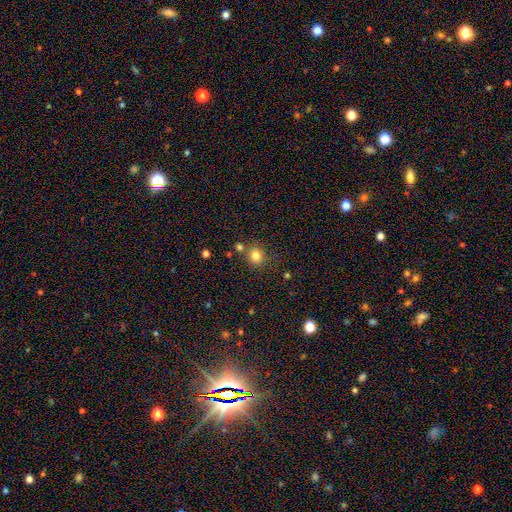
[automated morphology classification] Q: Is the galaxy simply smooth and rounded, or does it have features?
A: smooth — 81%.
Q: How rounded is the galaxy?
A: round — 76%.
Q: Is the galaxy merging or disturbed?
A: none — 74%.